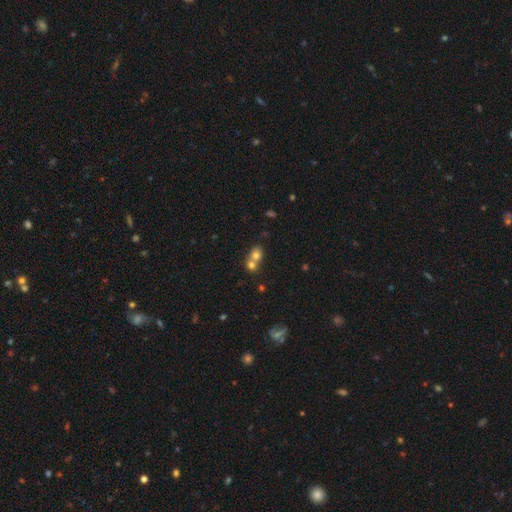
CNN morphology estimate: Overall: smooth (72%). How rounded: round (64%; in between 35%). Merging: merger (66%; none 27%).